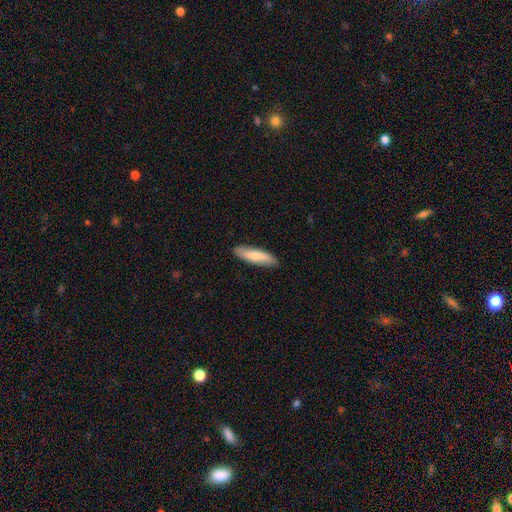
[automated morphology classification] This appears to be a smooth galaxy with no disk features (76%) that is cigar-shaped (69%). Merging: none (86%).